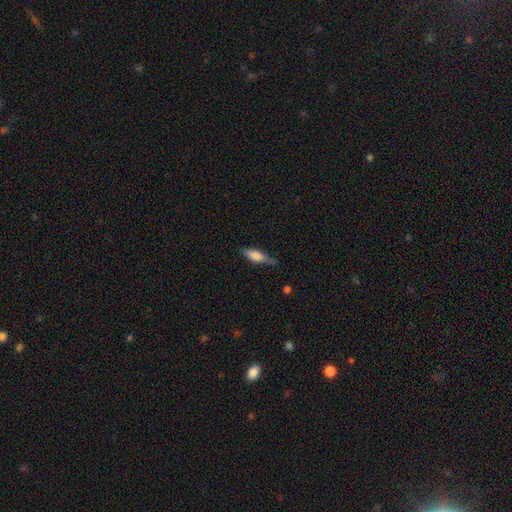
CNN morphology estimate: A smooth galaxy with no disk features (66%) that is in between round and cigar-shaped (49%).

Vote fractions:
- Smooth or featured? smooth: 66% / featured or disk: 27% / star or artifact: 7%
- How rounded? in between: 49% / cigar-shaped: 48% / round: 3%
- Merging? none: 60% / minor disturbance: 30% / major disturbance: 7% / merger: 3%